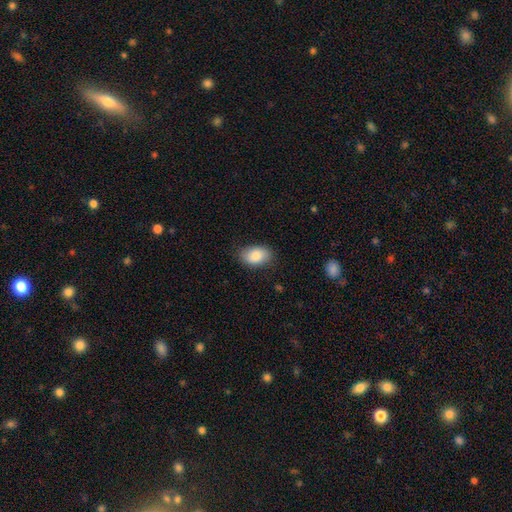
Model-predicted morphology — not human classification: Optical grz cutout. It shows a smooth galaxy with no disk features (86%) that is in between round and cigar-shaped (88%). Merging: none (83%).